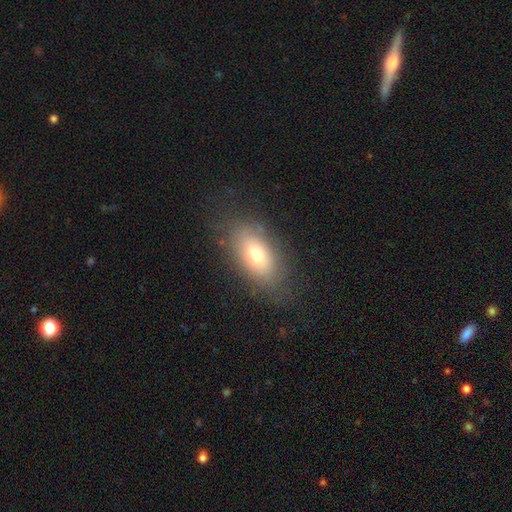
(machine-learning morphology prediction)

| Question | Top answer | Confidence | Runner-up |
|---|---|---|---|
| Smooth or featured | smooth | 71% | featured or disk (19%) |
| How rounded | in between | 89% | round (6%) |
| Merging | none | 78% | minor disturbance (15%) |